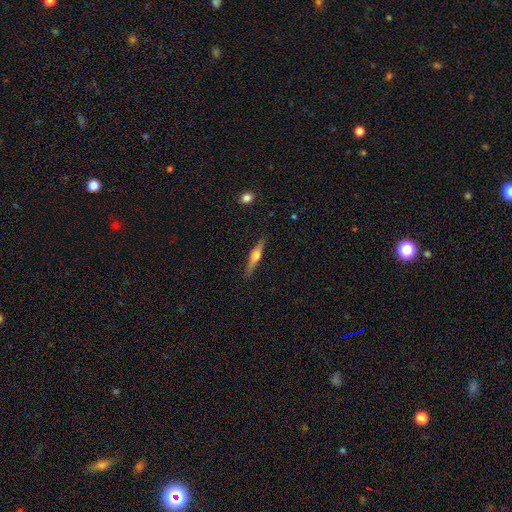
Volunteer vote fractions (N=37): Smooth or featured?
  - featured or disk: 59% *
  - smooth: 35%
  - star or artifact: 5%
Edge-on disk?
  - yes: 100% *
  - no: 0%
Edge-on bulge?
  - rounded: 95% *
  - boxy: 5%
  - none: 0%
Merging?
  - none: 71% *
  - minor disturbance: 29%
  - major disturbance: 0%
  - merger: 0%